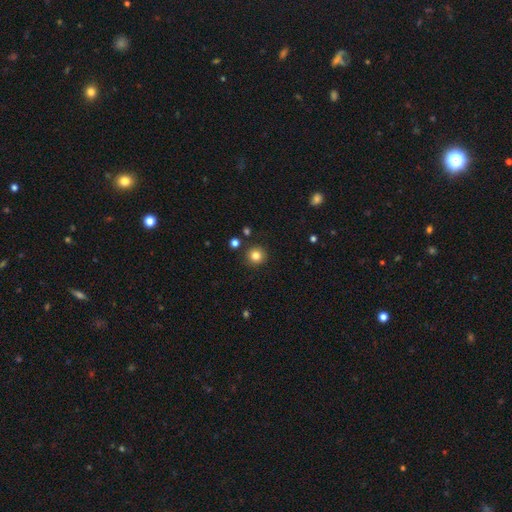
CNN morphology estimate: smooth-or-featured: smooth: 83% | star or artifact: 12% | featured or disk: 6%
  how-rounded: round: 94% | in between: 5% | cigar-shaped: 1%
  merging: none: 89% | minor disturbance: 6% | merger: 3% | major disturbance: 2%